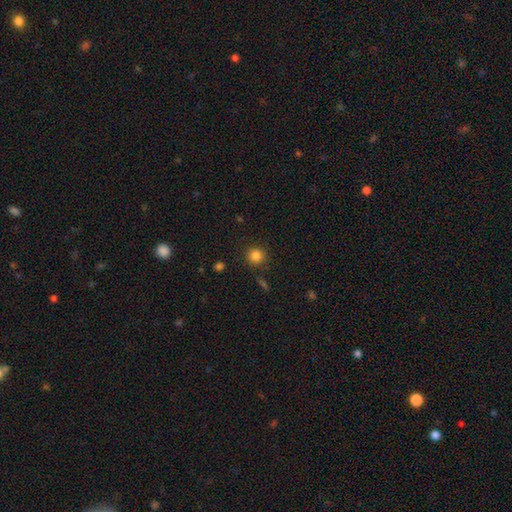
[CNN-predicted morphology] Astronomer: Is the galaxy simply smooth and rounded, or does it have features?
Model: smooth — 84%.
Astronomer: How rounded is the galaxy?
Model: round — 93%.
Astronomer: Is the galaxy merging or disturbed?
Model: none — 88%.